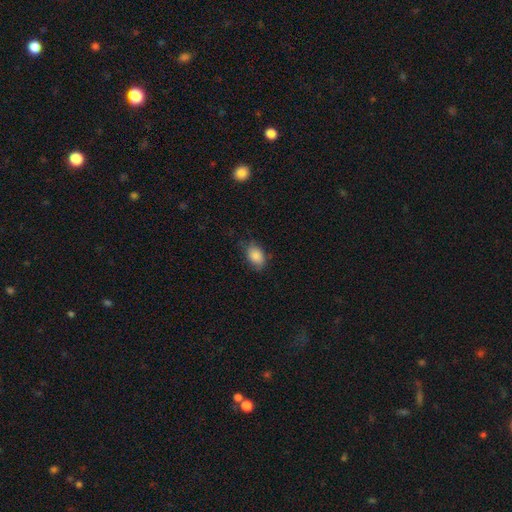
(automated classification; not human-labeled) Smooth or featured? Predicted: smooth (p=0.86). How rounded? Predicted: in between (p=0.87). Merging? Predicted: none (p=0.70).